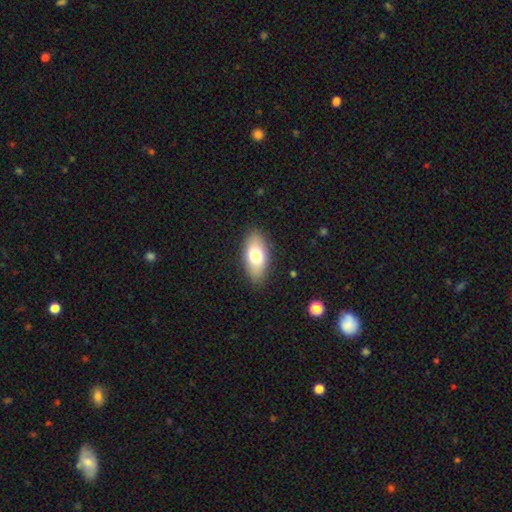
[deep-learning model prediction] This appears to be a smooth galaxy with no disk features (72%) that is in between round and cigar-shaped (89%). Merging: none (86%).